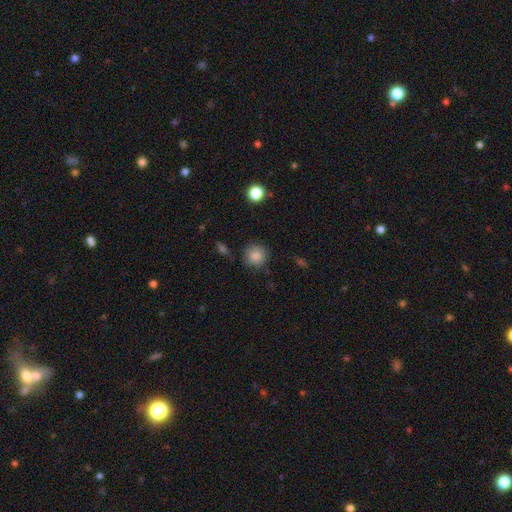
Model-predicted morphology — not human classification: Smooth or featured? smooth (85%)
How rounded? round (93%)
Merging? none (85%)